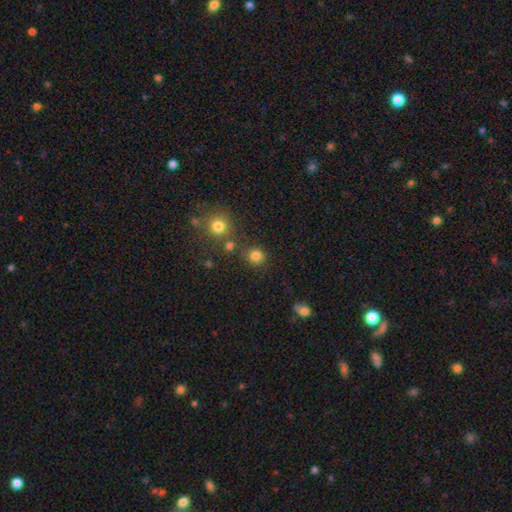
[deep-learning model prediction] smooth-or-featured: smooth: 81% | star or artifact: 15% | featured or disk: 5%
  how-rounded: round: 90% | in between: 9% | cigar-shaped: 1%
  merging: none: 79% | merger: 9% | minor disturbance: 9% | major disturbance: 4%